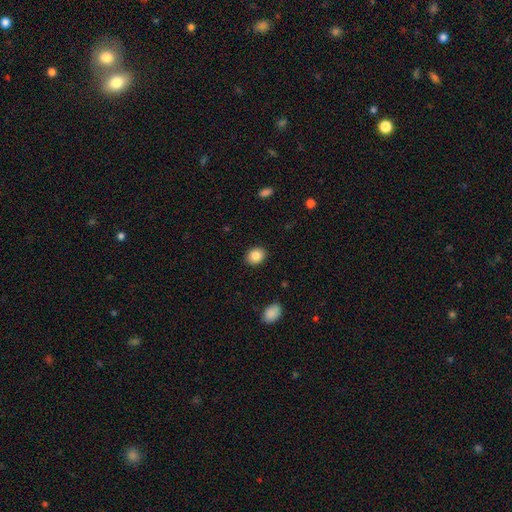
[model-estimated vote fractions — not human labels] This is clearly a smooth galaxy (85%). How rounded: possibly in between (55%). Merging: clearly none (90%).